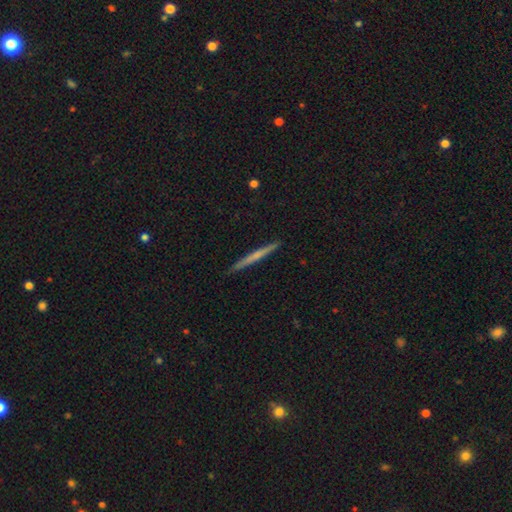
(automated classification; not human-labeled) smooth_or_featured: featured or disk (p=0.51) [alt: smooth p=0.43]
disk_edge_on: yes (p=0.98) [alt: no p=0.02]
edge_on_bulge: none (p=0.68) [alt: rounded p=0.27]
merging: none (p=0.91) [alt: minor disturbance p=0.06]